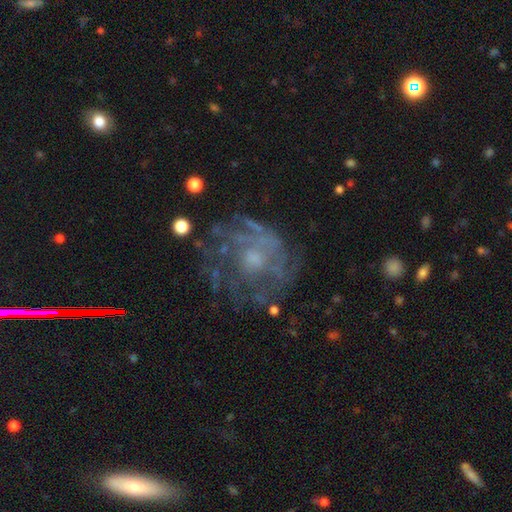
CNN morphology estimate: featured or disk 68%, smooth 18%, star or artifact 13%. Down the decision tree: edge-on disk — no (97%); bar — no (84%); spiral arms — yes (51%); bulge size — moderate (46%); merging — none (62%).